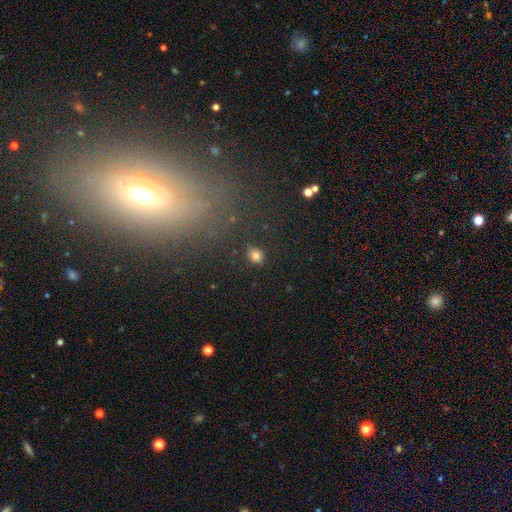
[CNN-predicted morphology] smooth 80%, star or artifact 13%, featured or disk 6%. Down the decision tree: how rounded — round (54%); merging — none (83%).